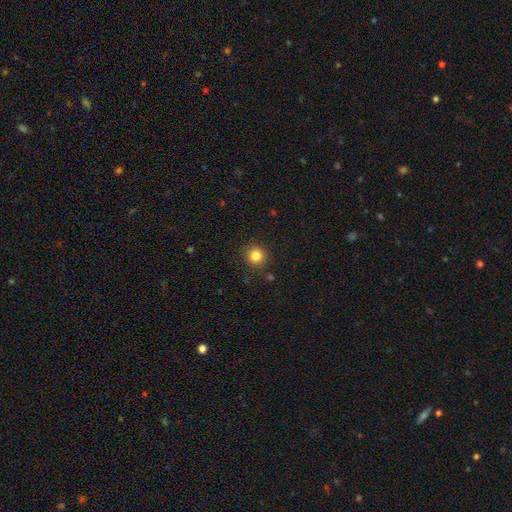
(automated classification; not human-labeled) Smooth or featured: smooth — 83% (star or artifact — 12%)
How rounded: round — 93% (in between — 6%)
Merging: none — 90% (minor disturbance — 6%)